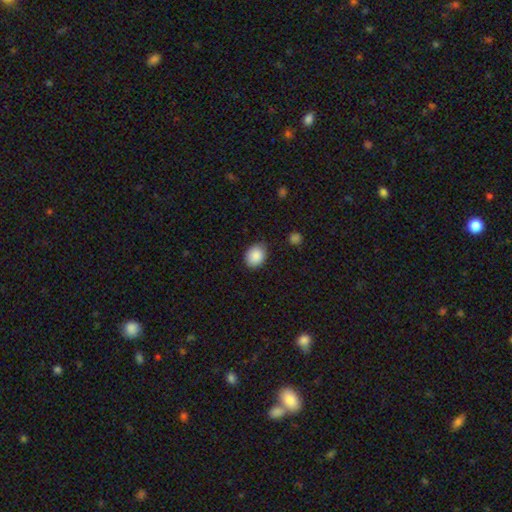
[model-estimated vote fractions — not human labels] Smooth or featured?
  - smooth: 88% *
  - star or artifact: 8%
  - featured or disk: 4%
How rounded?
  - in between: 51% *
  - round: 48%
  - cigar-shaped: 1%
Merging?
  - none: 81% *
  - minor disturbance: 14%
  - major disturbance: 3%
  - merger: 2%